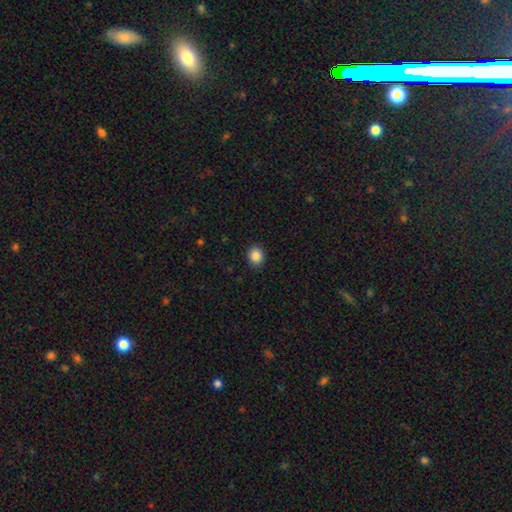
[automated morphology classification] smooth_or_featured: smooth (p=0.87) [alt: star or artifact p=0.09]
how_rounded: round (p=0.66) [alt: in between p=0.33]
merging: none (p=0.90) [alt: minor disturbance p=0.07]